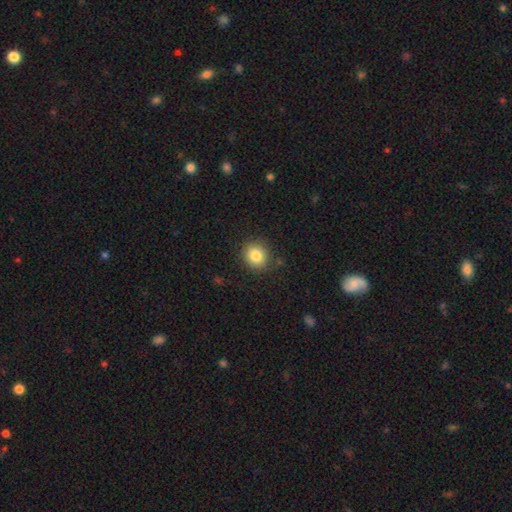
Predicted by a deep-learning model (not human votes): Smooth or featured?
  - smooth: 83% *
  - star or artifact: 10%
  - featured or disk: 6%
How rounded?
  - round: 82% *
  - in between: 17%
  - cigar-shaped: 1%
Merging?
  - none: 88% *
  - minor disturbance: 8%
  - major disturbance: 3%
  - merger: 1%